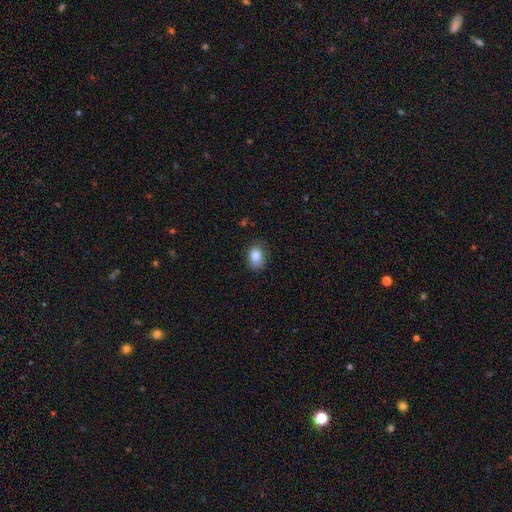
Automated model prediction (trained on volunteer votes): The model was most divided on "how rounded": in between: 69%, round: 30%, cigar-shaped: 1%. More confident: smooth or featured — smooth (86%); merging — none (75%).